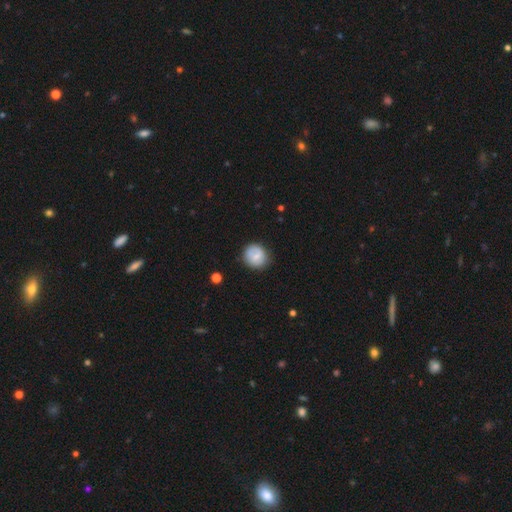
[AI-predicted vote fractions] Smooth or featured? smooth (66%)
How rounded? round (85%)
Merging? none (80%)